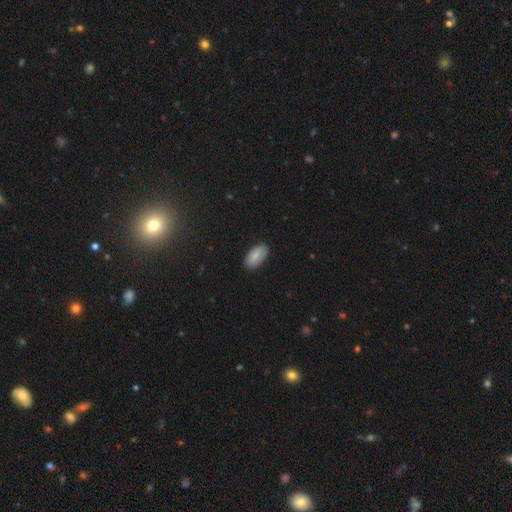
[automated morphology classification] A smooth galaxy with no disk features (81%) that is in between round and cigar-shaped (93%).

Vote fractions:
- Smooth or featured? smooth: 81% / featured or disk: 12% / star or artifact: 7%
- How rounded? in between: 93% / cigar-shaped: 4% / round: 3%
- Merging? none: 87% / minor disturbance: 10% / major disturbance: 2% / merger: 1%